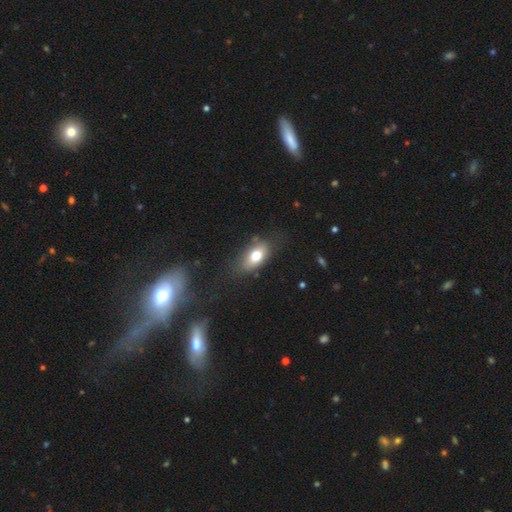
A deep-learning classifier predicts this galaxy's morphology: Smooth or featured? Predicted: smooth (p=0.74). How rounded? Predicted: in between (p=0.88). Merging? Predicted: none (p=0.67).